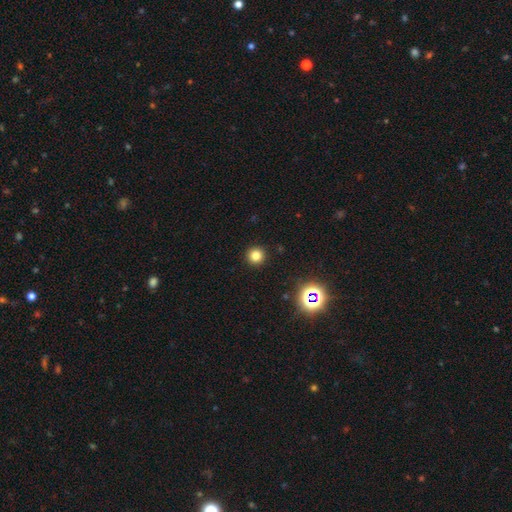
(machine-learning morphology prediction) A smooth galaxy with no disk features (79%) that is round (95%). Merging: none (93%).